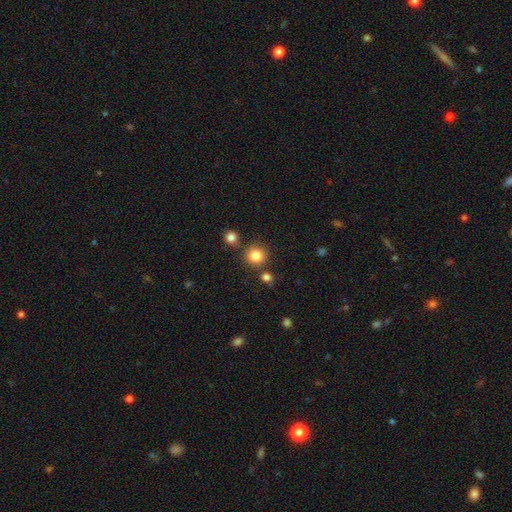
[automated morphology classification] A smooth galaxy with no disk features (83%) that is round (92%). Merging: none (81%).